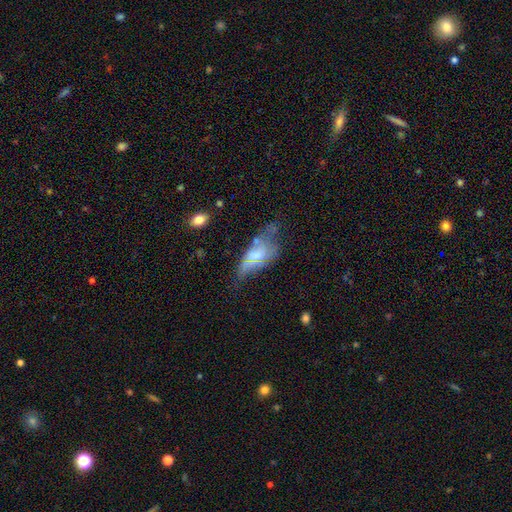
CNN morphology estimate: Smooth or featured? featured or disk (46%)
Merging? major disturbance (36%)